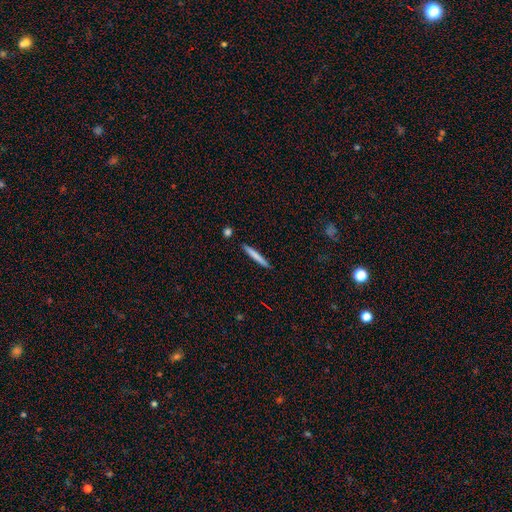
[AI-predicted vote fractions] A smooth galaxy with no disk features (73%) that is cigar-shaped (96%). Merging: none (91%).